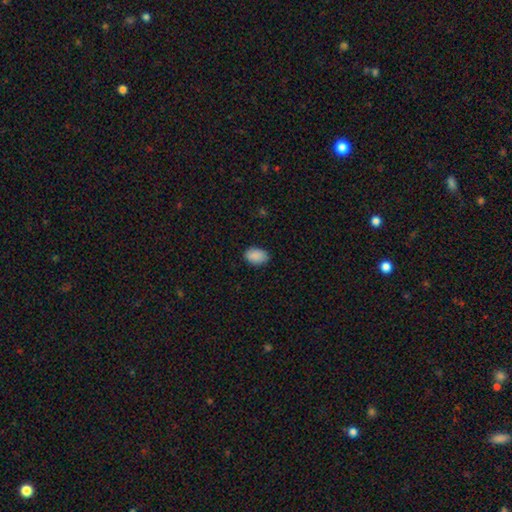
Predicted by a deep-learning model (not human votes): smooth 90%, star or artifact 7%, featured or disk 3%. Down the decision tree: how rounded — in between (87%); merging — none (83%).